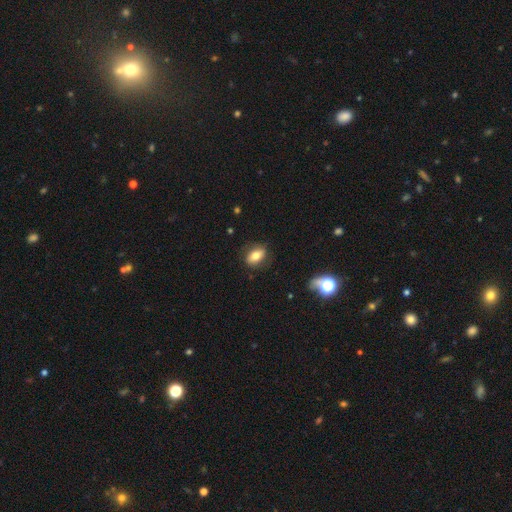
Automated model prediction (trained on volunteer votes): Smooth or featured: smooth — 73% (featured or disk — 18%)
How rounded: in between — 82% (round — 15%)
Merging: none — 80% (minor disturbance — 14%)